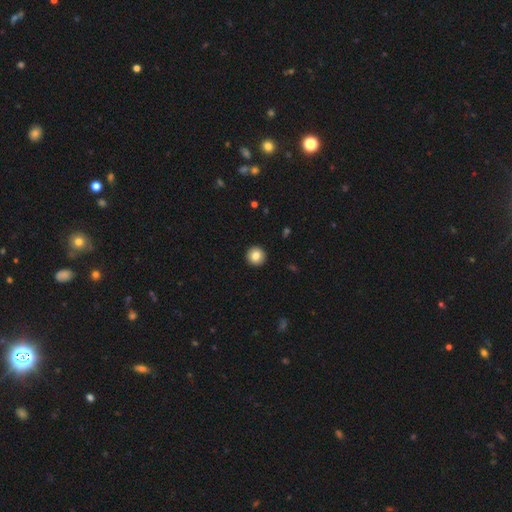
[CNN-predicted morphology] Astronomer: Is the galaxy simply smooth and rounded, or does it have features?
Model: smooth — 83%.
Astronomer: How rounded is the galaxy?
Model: round — 96%.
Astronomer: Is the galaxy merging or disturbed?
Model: none — 94%.